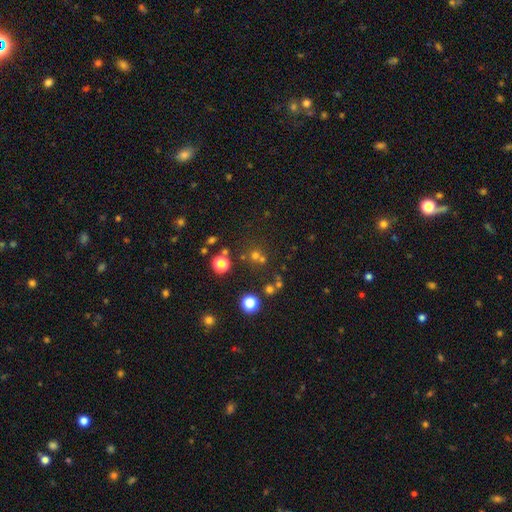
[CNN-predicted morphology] Smooth or featured: star or artifact — 47% (smooth — 43%)